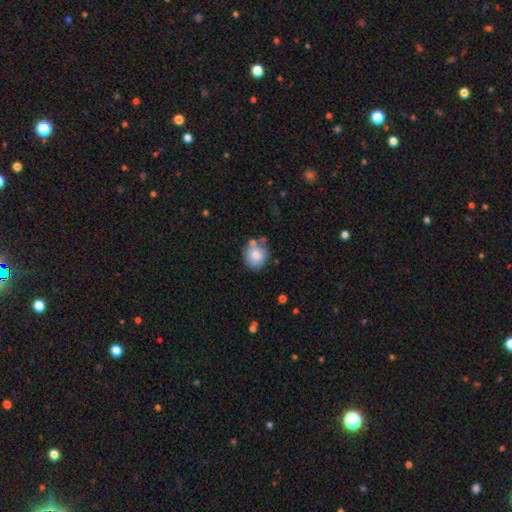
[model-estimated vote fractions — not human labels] Smooth or featured?
  - smooth: 82% *
  - featured or disk: 9%
  - star or artifact: 8%
How rounded?
  - round: 82% *
  - in between: 17%
  - cigar-shaped: 1%
Merging?
  - none: 66% *
  - minor disturbance: 17%
  - merger: 12%
  - major disturbance: 5%